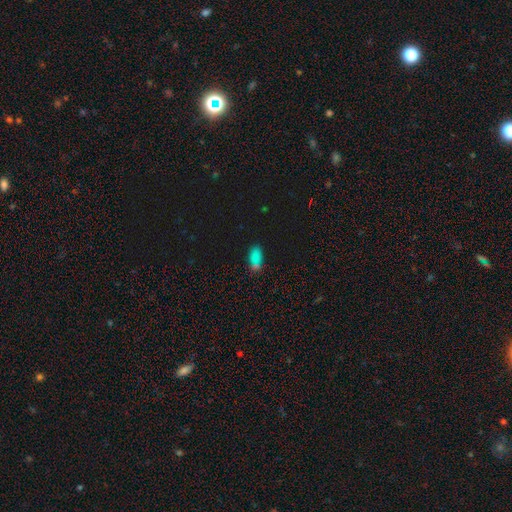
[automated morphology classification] This is likely a smooth galaxy (72%). How rounded: clearly in between (84%). Merging: possibly none (53%).